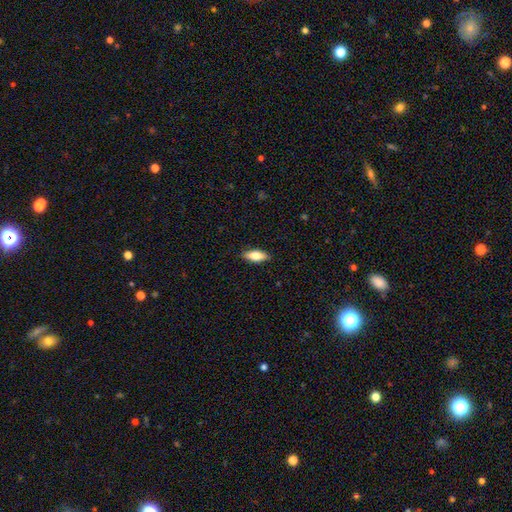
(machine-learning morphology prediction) Q: Smooth or featured?
A: smooth (73%); runner-up: featured or disk (21%)
Q: How rounded?
A: in between (73%); runner-up: cigar-shaped (25%)
Q: Merging?
A: none (87%); runner-up: minor disturbance (10%)